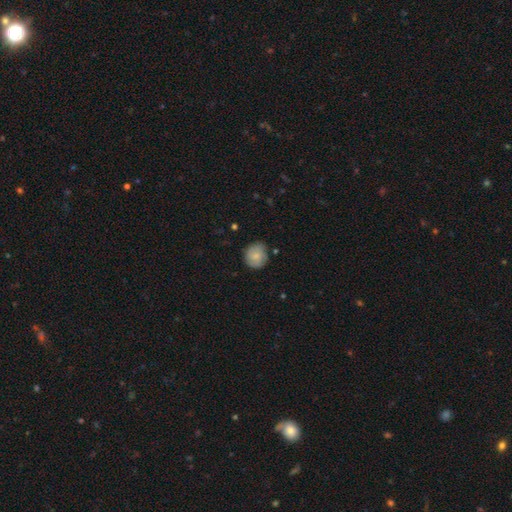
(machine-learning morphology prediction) Smooth or featured?
  - smooth: 70% *
  - featured or disk: 23%
  - star or artifact: 7%
How rounded?
  - round: 85% *
  - in between: 14%
  - cigar-shaped: 1%
Merging?
  - none: 76% *
  - minor disturbance: 19%
  - major disturbance: 4%
  - merger: 2%